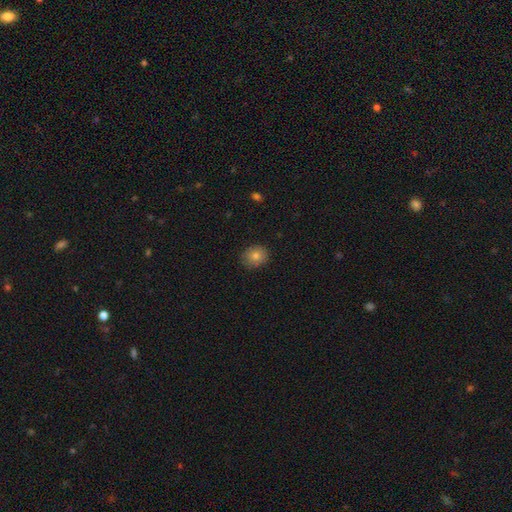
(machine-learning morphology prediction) This appears to be a smooth galaxy with no disk features (80%) that is round (63%). Merging: none (85%).